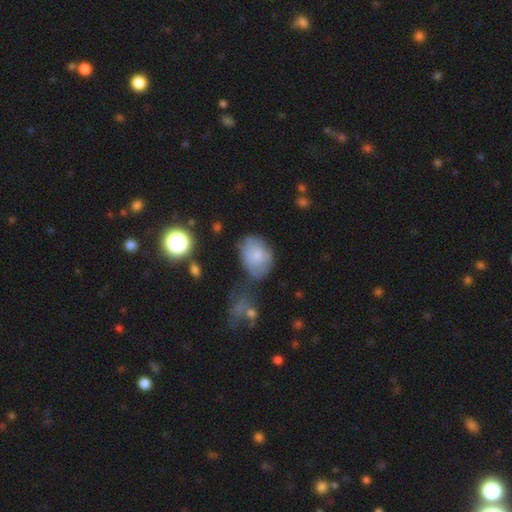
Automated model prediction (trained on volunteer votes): Smooth or featured: smooth — 69% (featured or disk — 22%)
How rounded: in between — 77% (round — 22%)
Merging: none — 51% (minor disturbance — 28%)